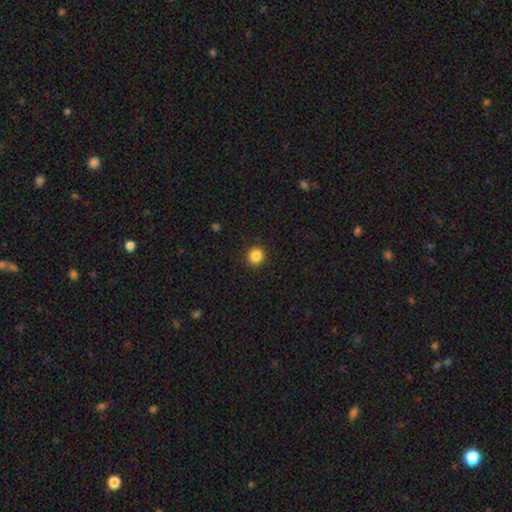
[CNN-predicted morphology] Smooth or featured: smooth — 86% (star or artifact — 11%)
How rounded: round — 93% (in between — 6%)
Merging: none — 93% (minor disturbance — 5%)